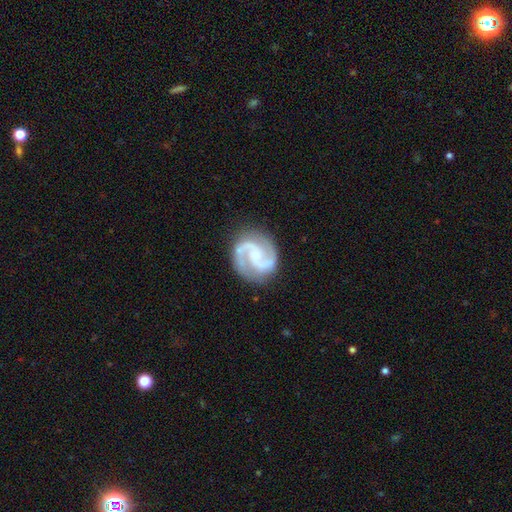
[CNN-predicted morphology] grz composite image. It shows a featured or disk galaxy (92%) with no bar (49%), 2 (91%) medium (58%) spiral arms (98%) and a small central bulge (40%). Merging: none (83%).